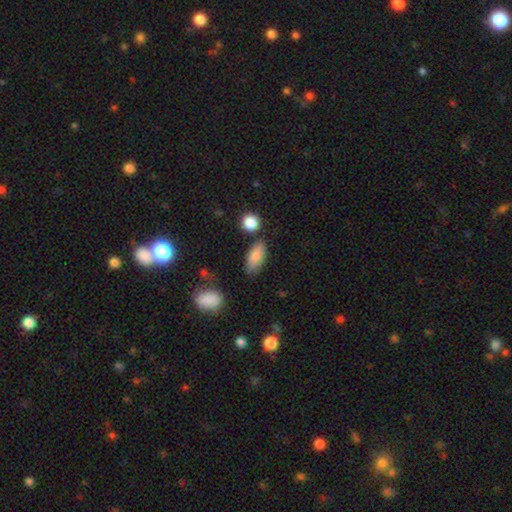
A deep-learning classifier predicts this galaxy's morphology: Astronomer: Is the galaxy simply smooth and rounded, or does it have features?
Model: smooth — 85%.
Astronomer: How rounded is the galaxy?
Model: in between — 85%.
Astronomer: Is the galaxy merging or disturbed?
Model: none — 71%.